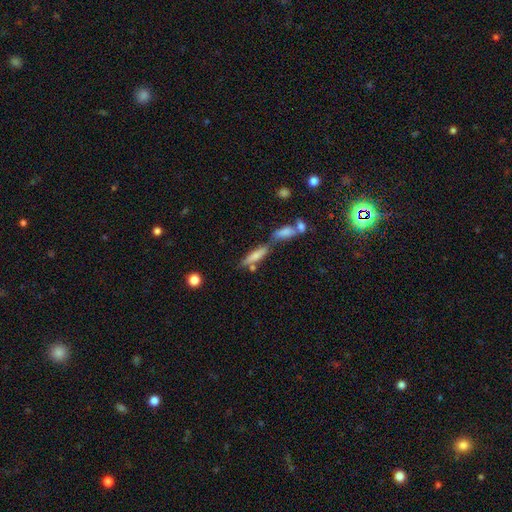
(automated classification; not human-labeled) This is likely a smooth galaxy (65%). How rounded: likely cigar-shaped (74%). Merging: possibly none (47%).